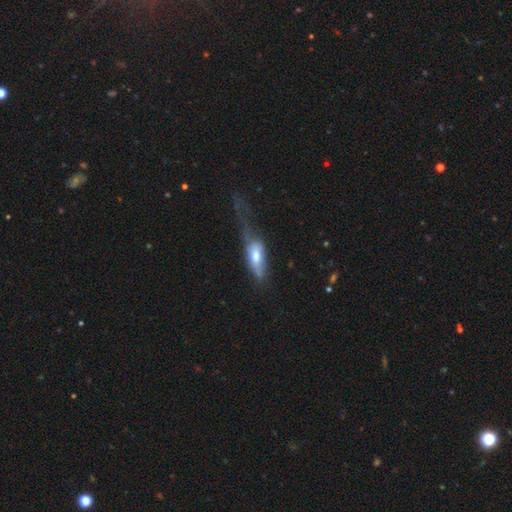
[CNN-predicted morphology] The model was most divided on "smooth or featured": smooth: 59%, featured or disk: 34%, star or artifact: 7%. More confident: how rounded — in between (73%); merging — major disturbance (54%).